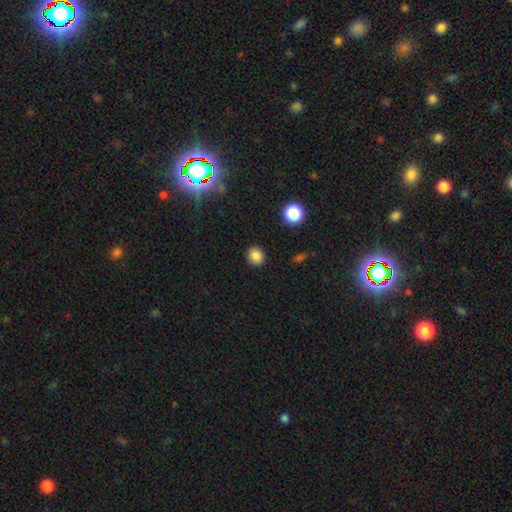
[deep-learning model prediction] This appears to be a smooth galaxy with no disk features (84%) that is round (81%). Merging: none (90%).